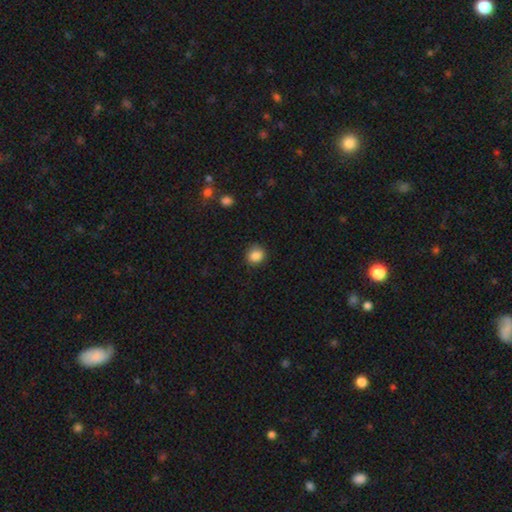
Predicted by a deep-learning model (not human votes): This appears to be a smooth galaxy with no disk features (86%) that is round (81%). Merging: none (86%).